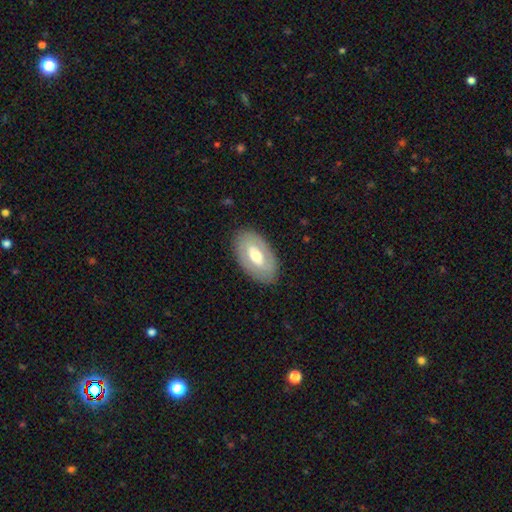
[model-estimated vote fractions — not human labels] This appears to be a featured or disk galaxy (53%). Merging: none (84%).